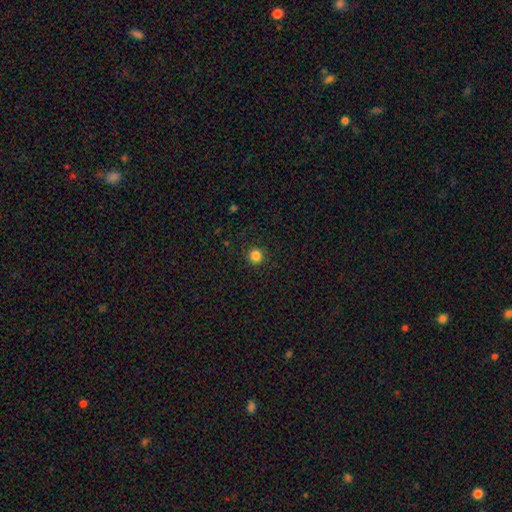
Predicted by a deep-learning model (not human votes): smooth-or-featured: smooth: 84% | star or artifact: 12% | featured or disk: 4%
  how-rounded: round: 95% | in between: 4% | cigar-shaped: 1%
  merging: none: 92% | minor disturbance: 5% | major disturbance: 2% | merger: 1%